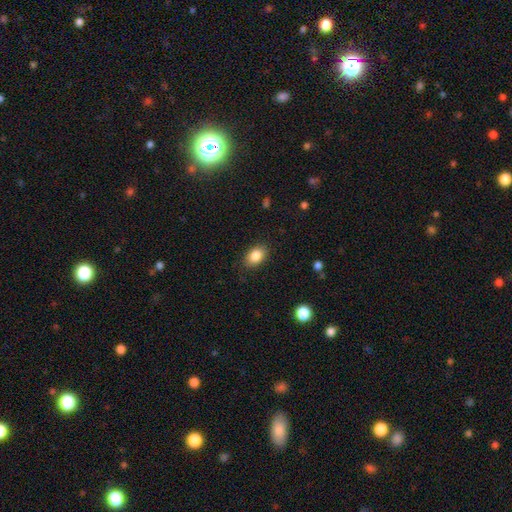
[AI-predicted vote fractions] Morphology: type=smooth (86%); roundness=in between (83%); merging=none (85%).